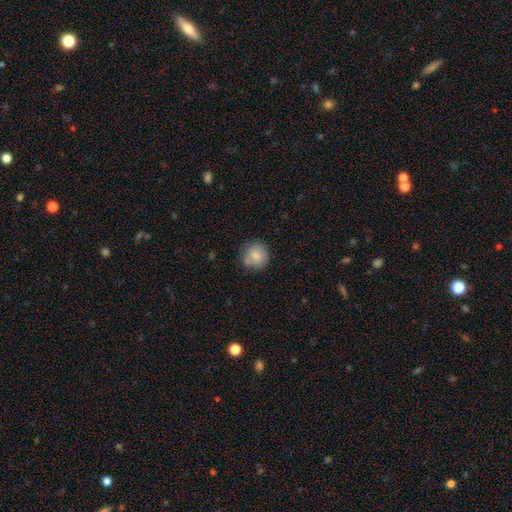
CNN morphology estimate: A smooth galaxy with no disk features (82%) that is round (91%).

Vote fractions:
- Smooth or featured? smooth: 82% / featured or disk: 10% / star or artifact: 8%
- How rounded? round: 91% / in between: 8% / cigar-shaped: 1%
- Merging? none: 74% / minor disturbance: 15% / merger: 7% / major disturbance: 4%